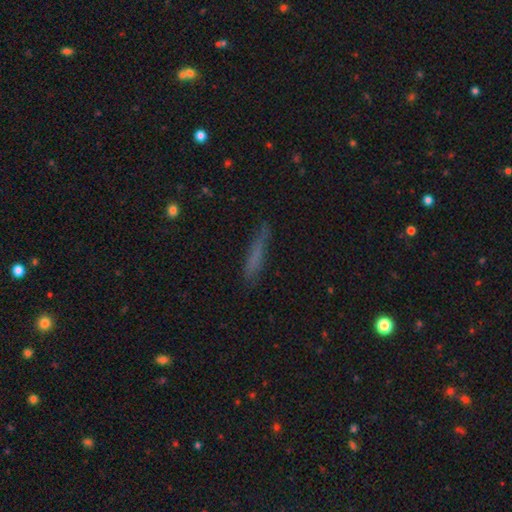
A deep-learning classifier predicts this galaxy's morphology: type=smooth (65%); roundness=cigar-shaped (91%); merging=none (77%).